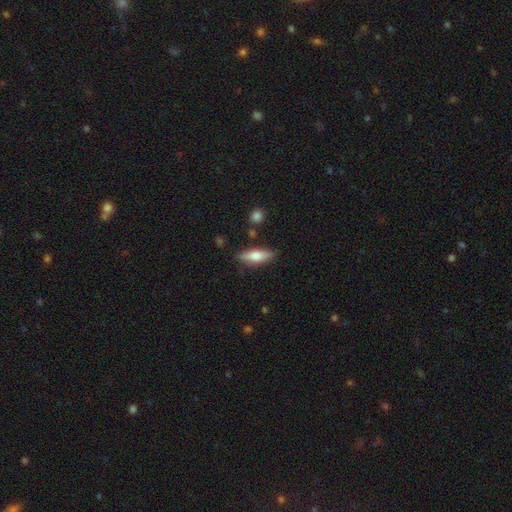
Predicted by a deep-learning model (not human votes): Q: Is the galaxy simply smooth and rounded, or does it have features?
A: smooth — 62%.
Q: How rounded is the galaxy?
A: in between — 49%, tied with cigar-shaped.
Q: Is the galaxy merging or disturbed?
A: none — 84%.